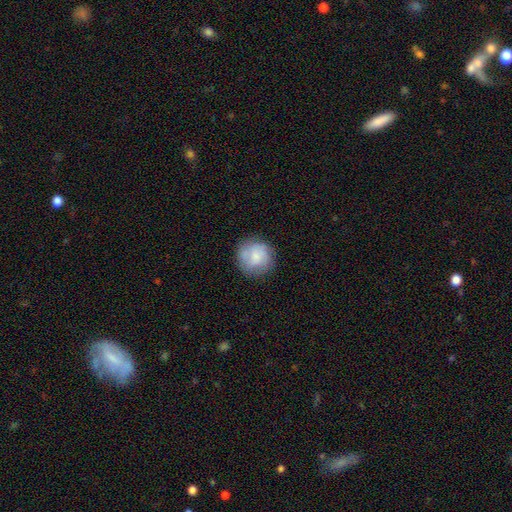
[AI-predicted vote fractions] Q: Smooth or featured?
A: smooth (68%); runner-up: featured or disk (25%)
Q: How rounded?
A: round (91%); runner-up: in between (8%)
Q: Merging?
A: none (77%); runner-up: minor disturbance (16%)